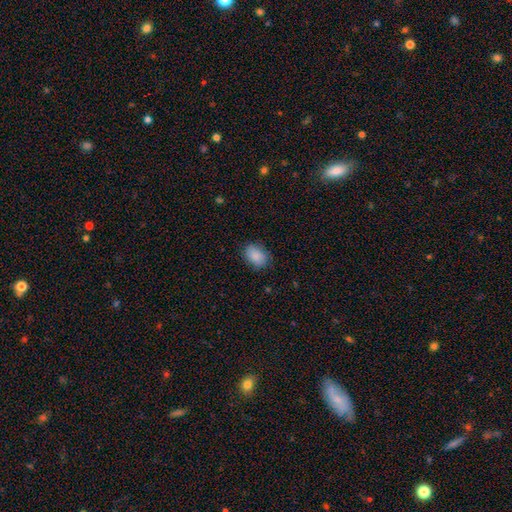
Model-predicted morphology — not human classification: This is clearly a smooth galaxy (88%). How rounded: likely in between (75%). Merging: likely none (79%).